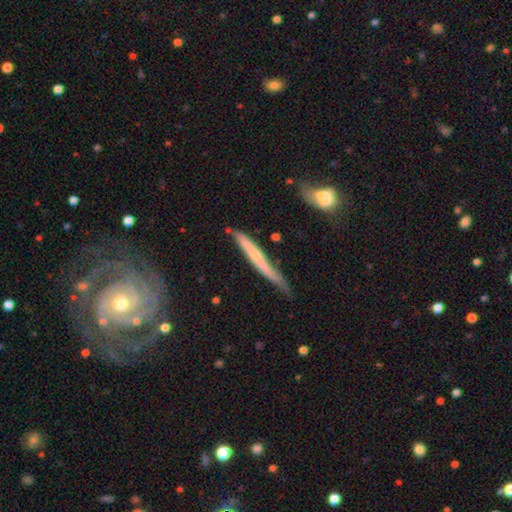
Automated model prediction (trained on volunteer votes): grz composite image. It shows a featured or disk galaxy (55%) viewed edge-on (88%). Merging: none (61%).